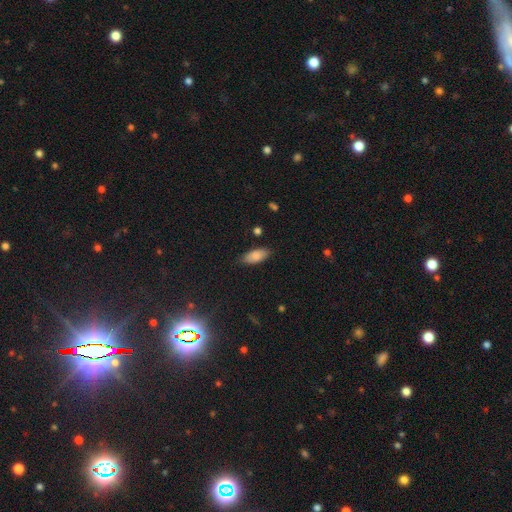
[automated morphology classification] smooth 82%, featured or disk 10%, star or artifact 8%. Down the decision tree: how rounded — in between (84%); merging — none (81%).